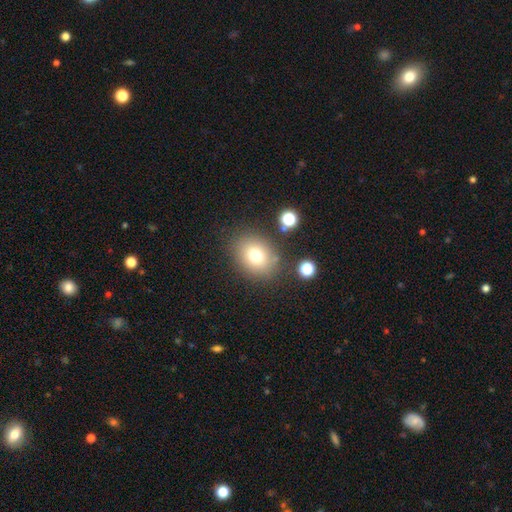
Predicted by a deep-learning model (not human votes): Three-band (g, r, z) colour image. It shows a smooth galaxy with no disk features (74%) that is round (56%). Merging: none (81%).